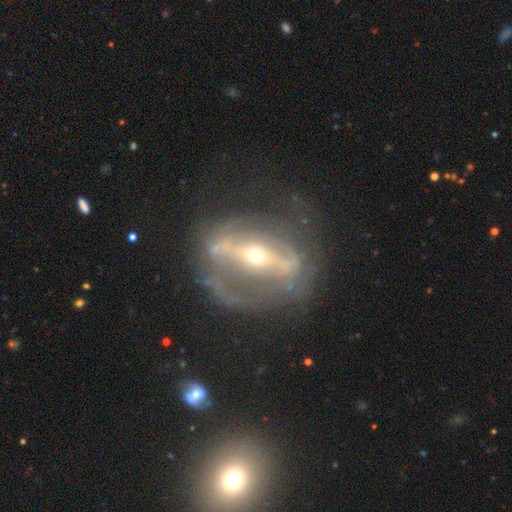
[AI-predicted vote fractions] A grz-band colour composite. It shows a featured or disk galaxy (82%) with a strong bar (73%), spiral arms (54%) and a small central bulge (68%). Merging: none (55%).